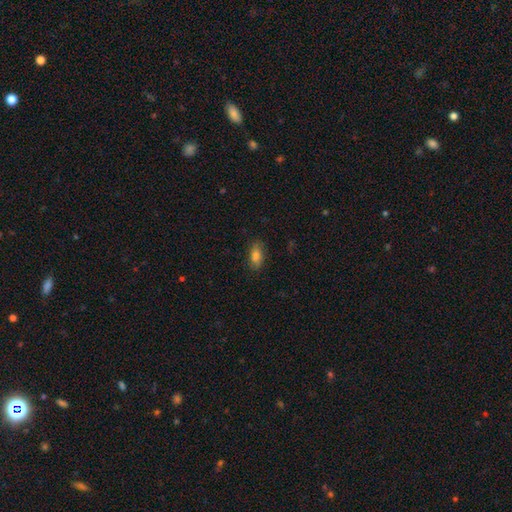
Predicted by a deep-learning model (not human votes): smooth 80%, featured or disk 10%, star or artifact 9%. Down the decision tree: how rounded — in between (87%); merging — none (83%).